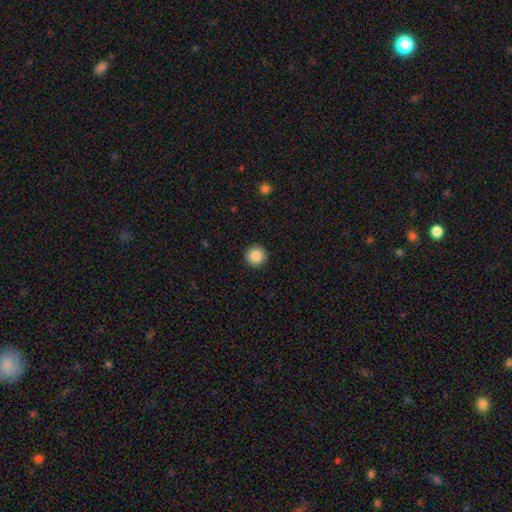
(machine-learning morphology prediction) smooth-or-featured: smooth: 88% | star or artifact: 9% | featured or disk: 4%
  how-rounded: round: 95% | in between: 4% | cigar-shaped: 1%
  merging: none: 93% | minor disturbance: 5% | major disturbance: 2% | merger: 1%